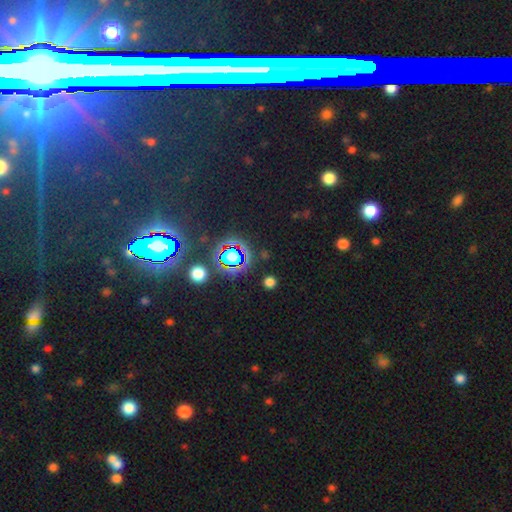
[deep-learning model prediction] Smooth or featured: star or artifact — 77% (smooth — 14%)